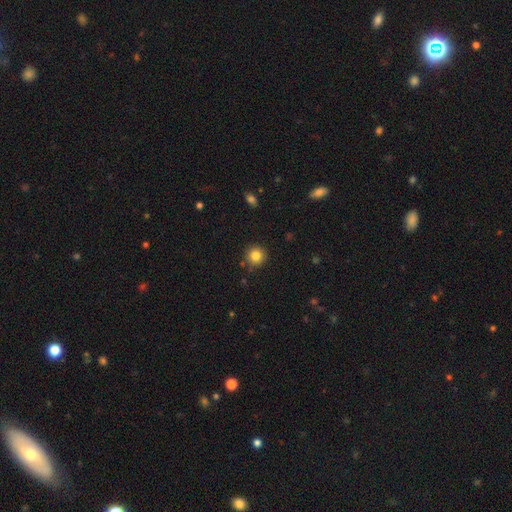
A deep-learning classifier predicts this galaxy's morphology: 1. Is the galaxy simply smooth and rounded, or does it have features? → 84% smooth, 11% star or artifact, 5% featured or disk.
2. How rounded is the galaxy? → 94% round, 5% in between, 1% cigar-shaped.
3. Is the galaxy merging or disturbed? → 88% none, 8% minor disturbance, 2% merger, 2% major disturbance.